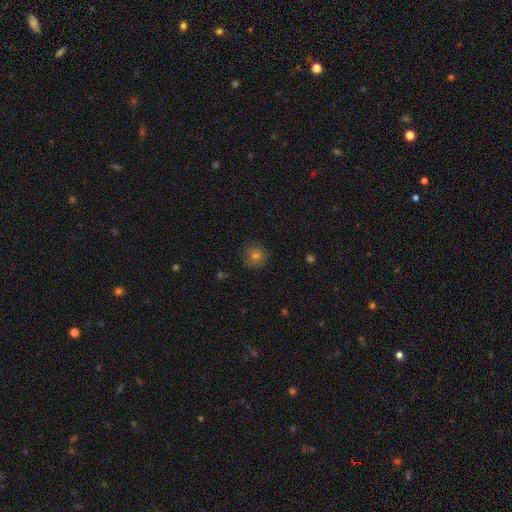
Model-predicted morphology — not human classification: A smooth galaxy with no disk features (75%) that is round (92%). Merging: none (83%).